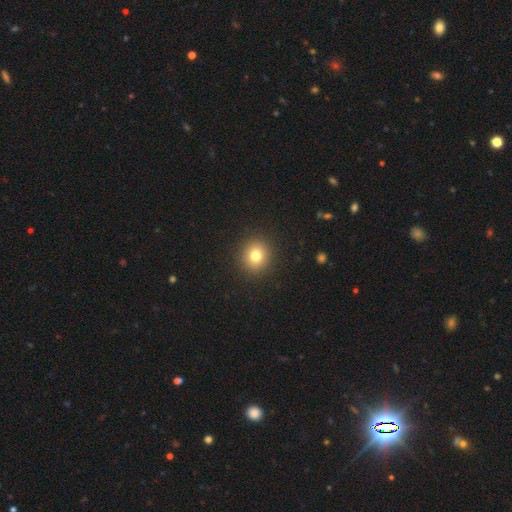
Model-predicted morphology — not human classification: Smooth or featured? Predicted: smooth (p=0.78). How rounded? Predicted: round (p=0.86). Merging? Predicted: none (p=0.92).